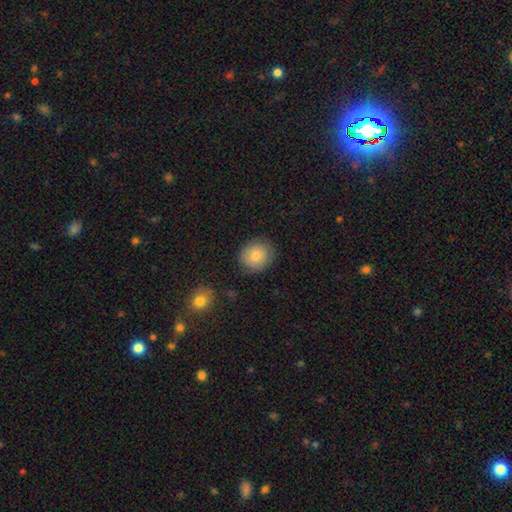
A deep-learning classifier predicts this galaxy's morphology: This is clearly a smooth galaxy (81%). How rounded: clearly round (80%). Merging: clearly none (85%).